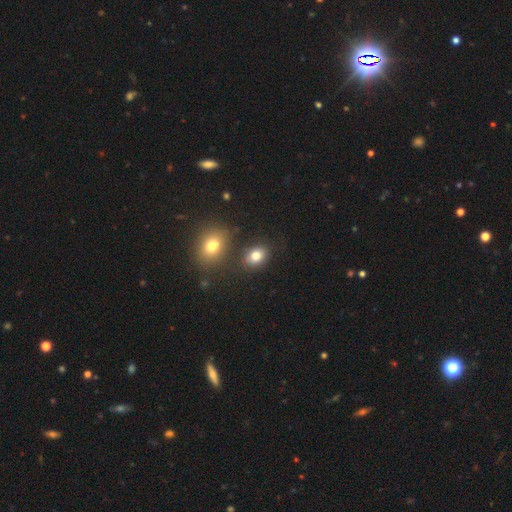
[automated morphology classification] Smooth or featured? Predicted: smooth (p=0.80). How rounded? Predicted: in between (p=0.69). Merging? Predicted: none (p=0.78).